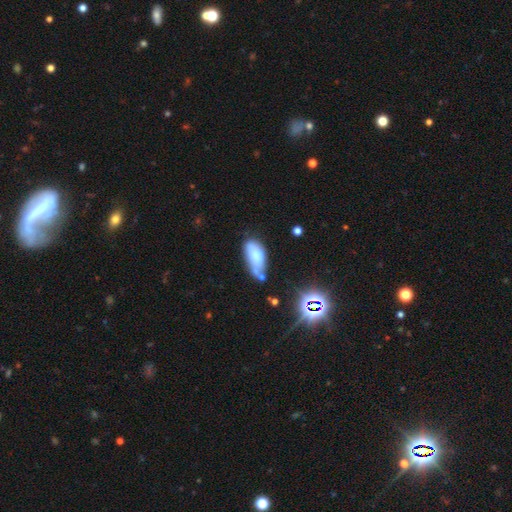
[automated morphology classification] This is likely a smooth galaxy (69%). How rounded: clearly in between (88%). Merging: marginally none (35%).